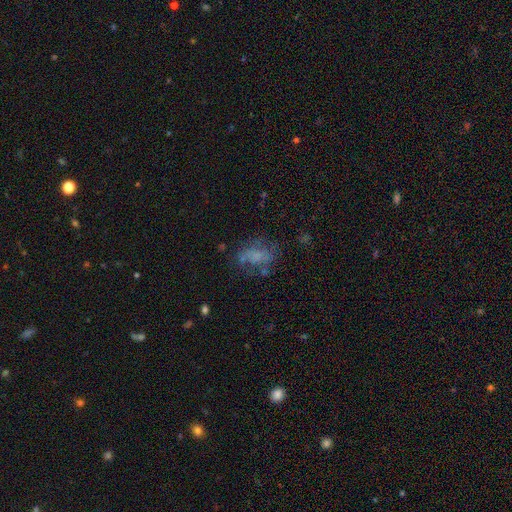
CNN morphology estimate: Smooth or featured? smooth (45%)
Merging? none (50%)